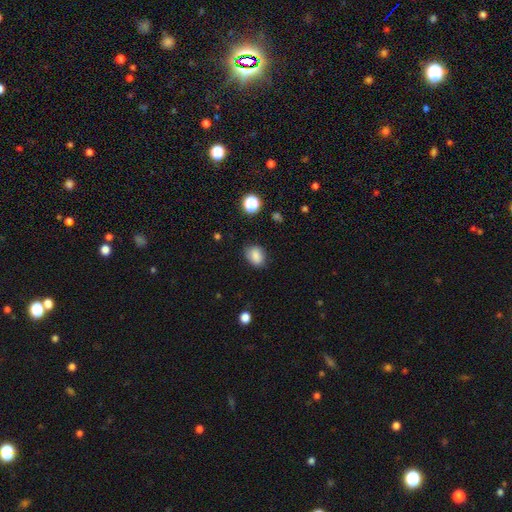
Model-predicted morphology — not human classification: This is clearly a smooth galaxy (84%). How rounded: possibly in between (60%). Merging: likely none (79%).